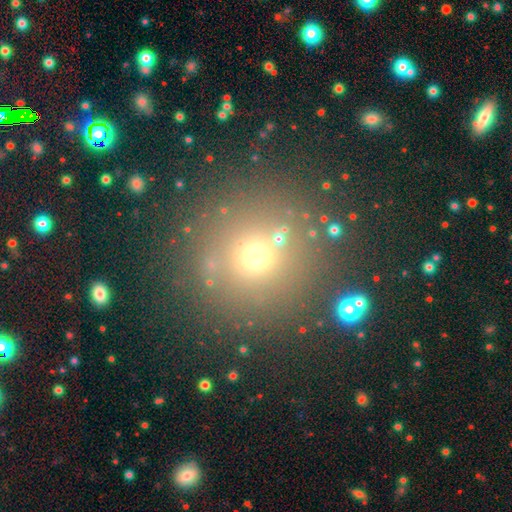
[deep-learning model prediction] Smooth or featured? Predicted: smooth (p=0.60). How rounded? Predicted: round (p=0.94). Merging? Predicted: none (p=0.83).